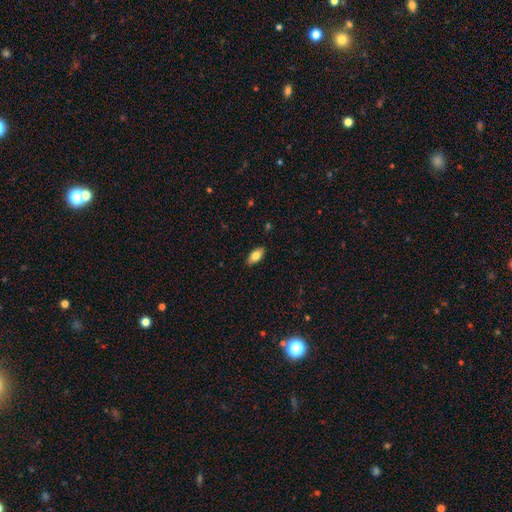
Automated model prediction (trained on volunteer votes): Q: Smooth or featured?
A: smooth (80%); runner-up: featured or disk (13%)
Q: How rounded?
A: in between (90%); runner-up: cigar-shaped (7%)
Q: Merging?
A: none (88%); runner-up: minor disturbance (9%)